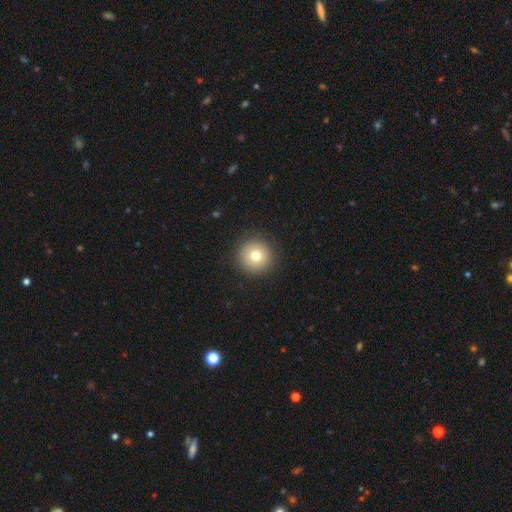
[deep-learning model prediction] The model was most divided on "smooth or featured": smooth: 76%, featured or disk: 12%, star or artifact: 12%. More confident: how rounded — round (96%); merging — none (91%).